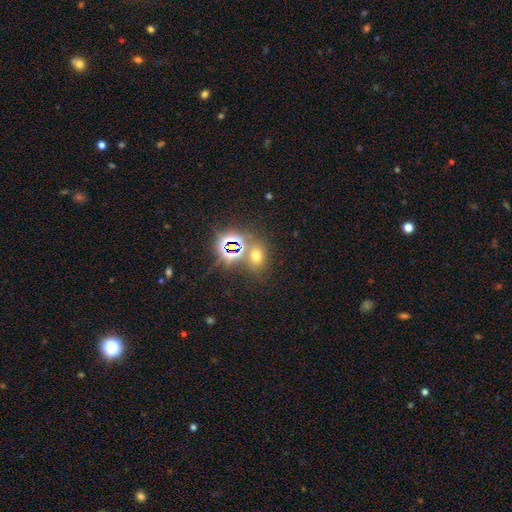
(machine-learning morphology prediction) type=smooth (51%); roundness=in between (54%); merging=none (66%).